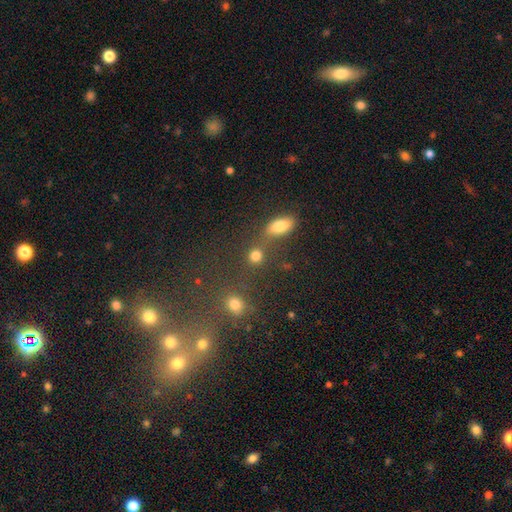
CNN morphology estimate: A smooth galaxy with no disk features (80%) that is round (79%).

Vote fractions:
- Smooth or featured? smooth: 80% / star or artifact: 14% / featured or disk: 6%
- How rounded? round: 79% / in between: 19% / cigar-shaped: 2%
- Merging? none: 60% / merger: 26% / minor disturbance: 9% / major disturbance: 5%